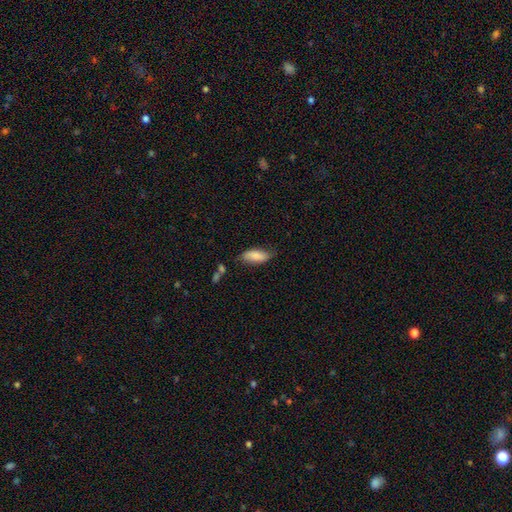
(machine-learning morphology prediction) A smooth galaxy with no disk features (81%) that is in between round and cigar-shaped (82%). Merging: none (64%).